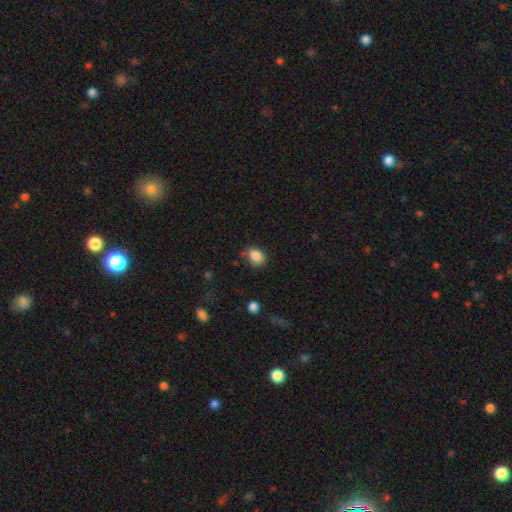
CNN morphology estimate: Smooth or featured: smooth — 85% (star or artifact — 9%)
How rounded: in between — 57% (round — 42%)
Merging: none — 69% (minor disturbance — 22%)